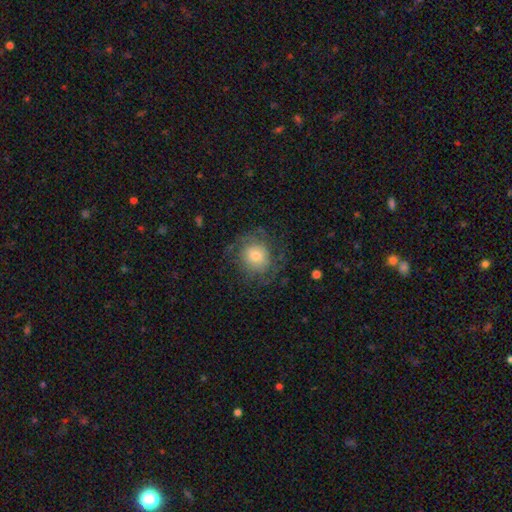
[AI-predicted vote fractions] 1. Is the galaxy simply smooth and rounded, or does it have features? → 46% smooth, 44% featured or disk, 9% star or artifact.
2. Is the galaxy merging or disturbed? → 66% none, 17% minor disturbance, 16% major disturbance, 1% merger.